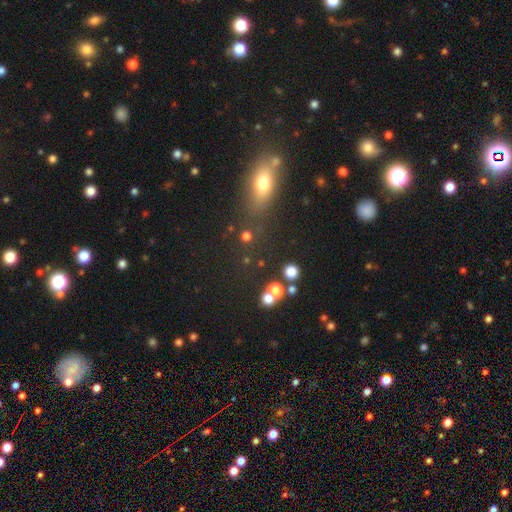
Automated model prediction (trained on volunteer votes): Smooth or featured?
  - smooth: 52% *
  - star or artifact: 32%
  - featured or disk: 17%
How rounded?
  - in between: 65% *
  - round: 20%
  - cigar-shaped: 15%
Merging?
  - none: 71% *
  - minor disturbance: 14%
  - major disturbance: 7%
  - merger: 7%